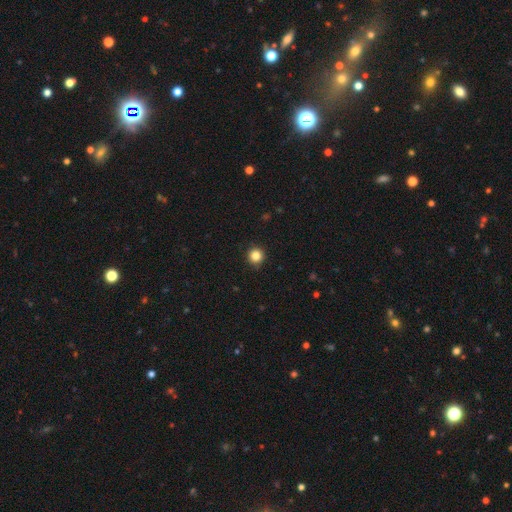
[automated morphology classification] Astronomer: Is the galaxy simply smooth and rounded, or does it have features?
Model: smooth — 84%.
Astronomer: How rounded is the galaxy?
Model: round — 95%.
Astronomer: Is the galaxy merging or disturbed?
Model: none — 92%.